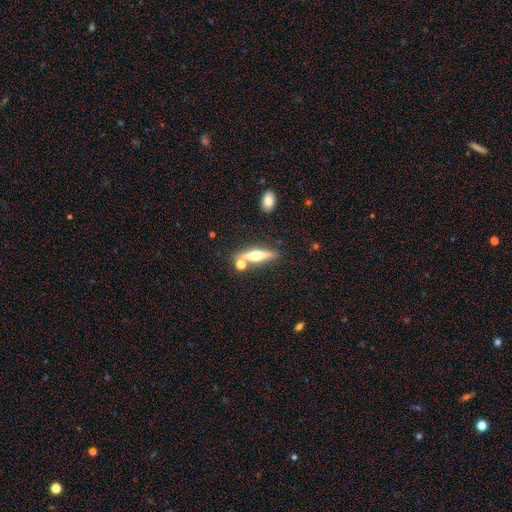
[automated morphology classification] Smooth or featured? Predicted: featured or disk (p=0.52). Edge-on disk? Predicted: yes (p=0.92). Merging? Predicted: none (p=0.73).